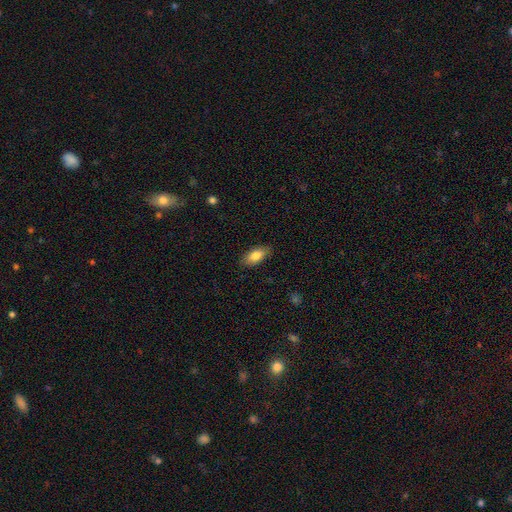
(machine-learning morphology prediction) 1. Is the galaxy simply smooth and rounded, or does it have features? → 82% smooth, 11% featured or disk, 7% star or artifact.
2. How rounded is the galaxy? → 88% in between, 9% cigar-shaped, 3% round.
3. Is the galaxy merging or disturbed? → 85% none, 11% minor disturbance, 2% major disturbance, 1% merger.